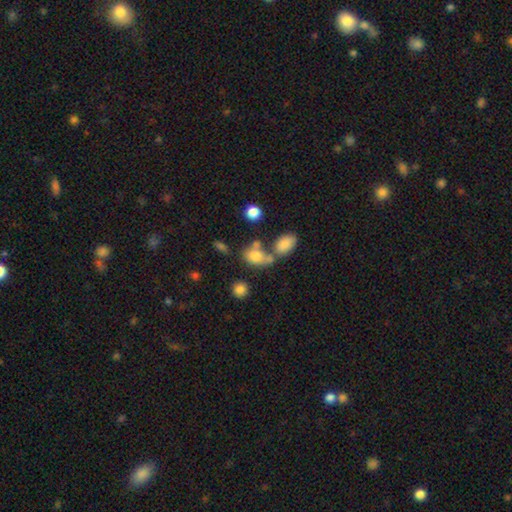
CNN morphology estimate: Smooth or featured? smooth (76%)
How rounded? in between (76%)
Merging? merger (41%)